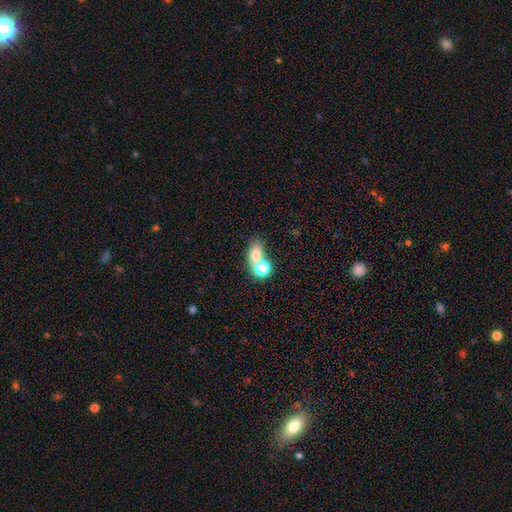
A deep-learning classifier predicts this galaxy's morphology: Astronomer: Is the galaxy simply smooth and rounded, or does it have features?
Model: smooth — 71%.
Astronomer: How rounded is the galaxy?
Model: in between — 57% (runner-up: round, 39%).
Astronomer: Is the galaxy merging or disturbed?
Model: merger — 51% (runner-up: none, 37%).